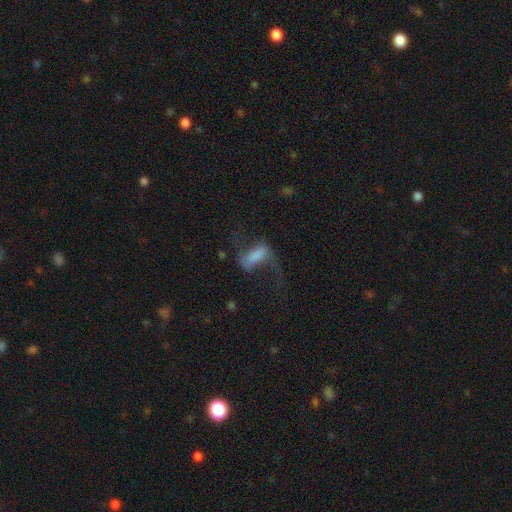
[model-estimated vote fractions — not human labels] A featured or disk galaxy (46%).

Vote fractions:
- Smooth or featured? featured or disk: 46% / smooth: 43% / star or artifact: 11%
- Merging? major disturbance: 44% / none: 34% / minor disturbance: 17% / merger: 5%